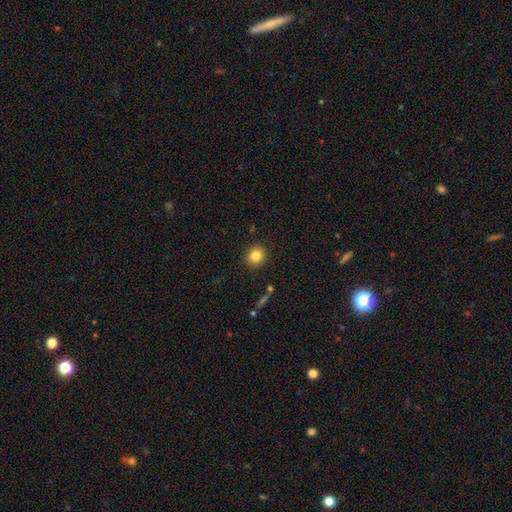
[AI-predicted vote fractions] A smooth galaxy with no disk features (83%) that is round (91%). Merging: none (91%).